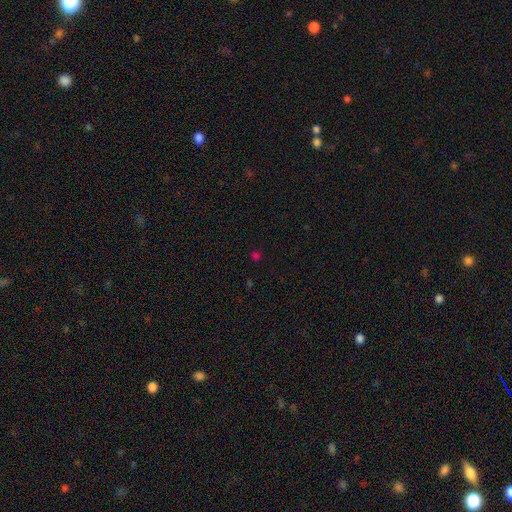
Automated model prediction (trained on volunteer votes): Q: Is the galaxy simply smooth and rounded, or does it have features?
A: smooth — 52%.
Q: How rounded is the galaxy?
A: round — 83%.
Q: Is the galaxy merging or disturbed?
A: none — 81%.